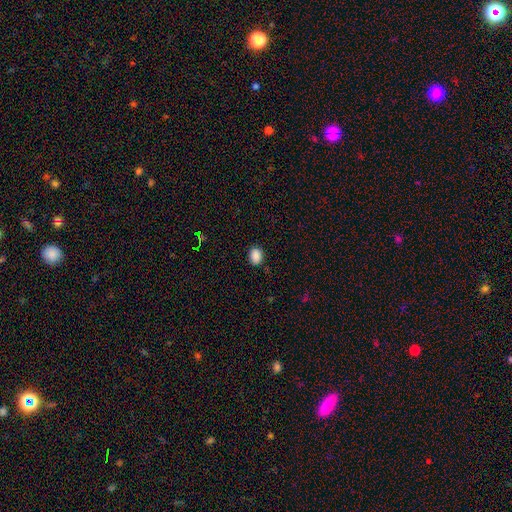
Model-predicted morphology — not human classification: This is clearly a smooth galaxy (87%). How rounded: likely in between (66%). Merging: clearly none (85%).